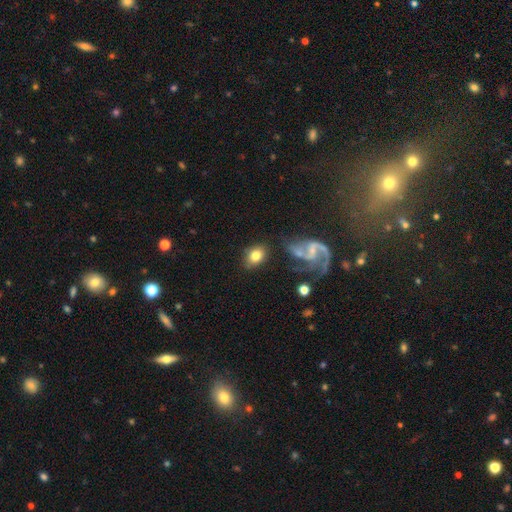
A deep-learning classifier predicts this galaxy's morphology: smooth 72%, featured or disk 19%, star or artifact 8%. Down the decision tree: how rounded — in between (69%); merging — none (72%).